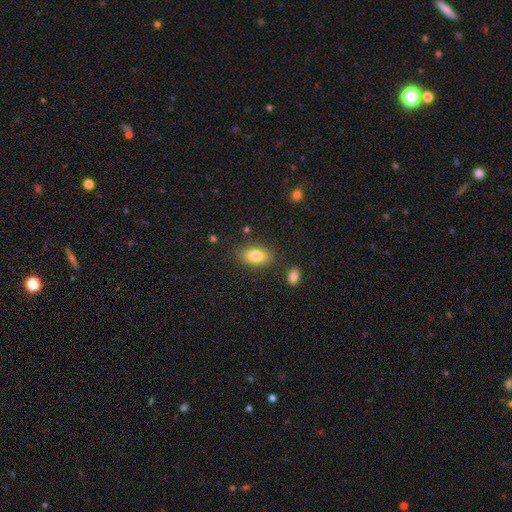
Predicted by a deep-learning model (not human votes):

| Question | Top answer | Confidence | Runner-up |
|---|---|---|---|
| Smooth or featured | smooth | 80% | featured or disk (12%) |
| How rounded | in between | 88% | round (9%) |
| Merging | none | 83% | minor disturbance (11%) |